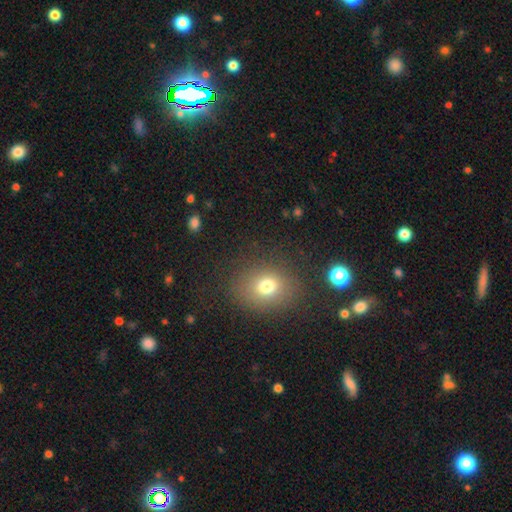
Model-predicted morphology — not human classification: smooth-or-featured: smooth: 65% | star or artifact: 26% | featured or disk: 9%
  how-rounded: round: 63% | in between: 36% | cigar-shaped: 1%
  merging: none: 88% | minor disturbance: 7% | major disturbance: 3% | merger: 2%